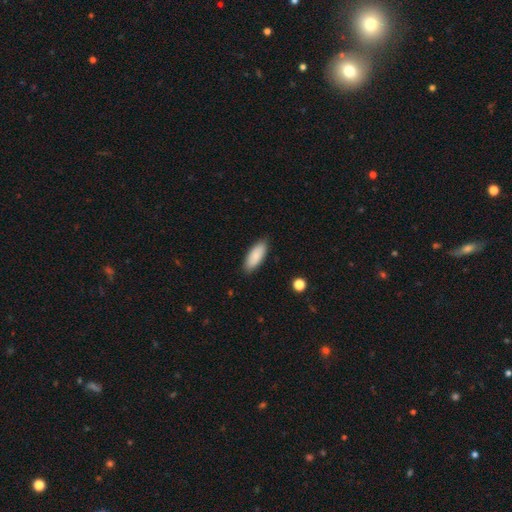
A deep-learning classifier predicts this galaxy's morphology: Smooth or featured? smooth (86%)
How rounded? in between (76%)
Merging? none (87%)